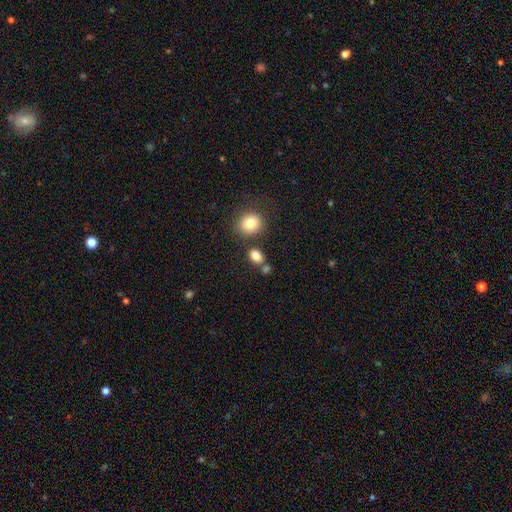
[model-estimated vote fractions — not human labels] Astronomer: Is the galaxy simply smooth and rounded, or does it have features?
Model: smooth — 83%.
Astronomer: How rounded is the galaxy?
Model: in between — 68%.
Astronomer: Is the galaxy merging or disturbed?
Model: none — 65%.